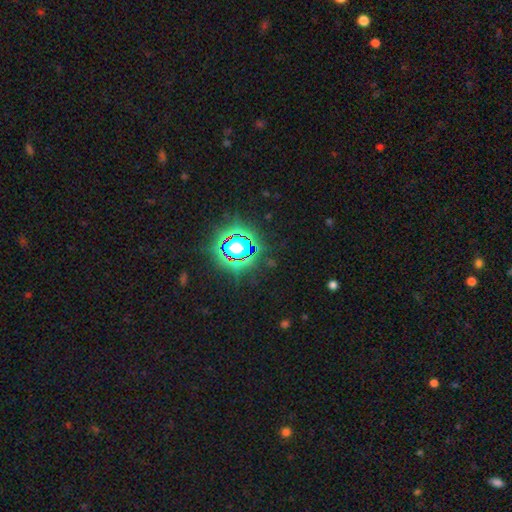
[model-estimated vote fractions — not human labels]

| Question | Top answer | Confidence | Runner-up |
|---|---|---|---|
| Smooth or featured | star or artifact | 81% | smooth (12%) |